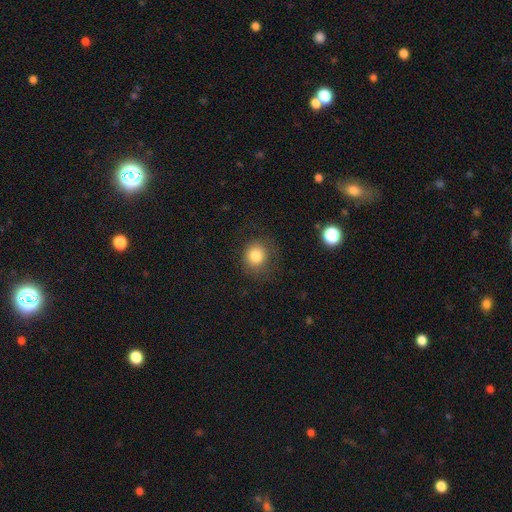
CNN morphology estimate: Overall: smooth (82%). How rounded: round (82%). Merging: none (75%).